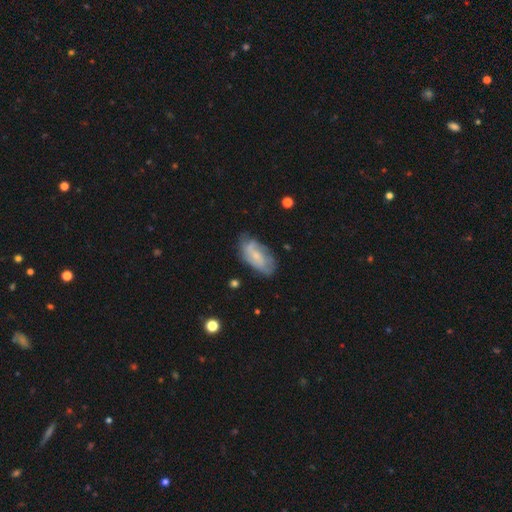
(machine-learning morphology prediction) Smooth or featured? featured or disk (56%)
Edge-on disk? no (93%)
Bar? no (53%)
Spiral arms? yes (79%)
Bulge size? small (57%)
Merging? none (63%)